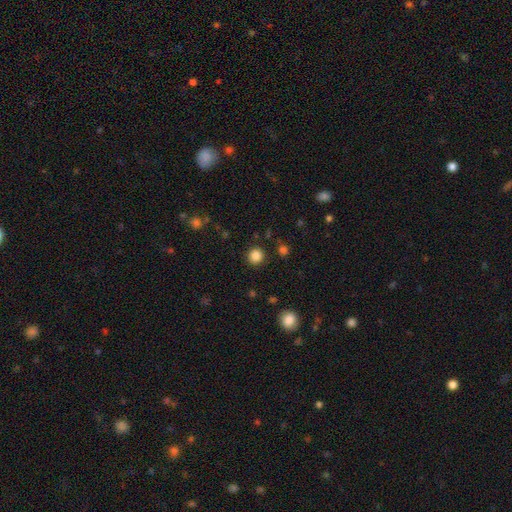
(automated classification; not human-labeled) Overall: smooth (85%). How rounded: round (92%). Merging: none (91%).